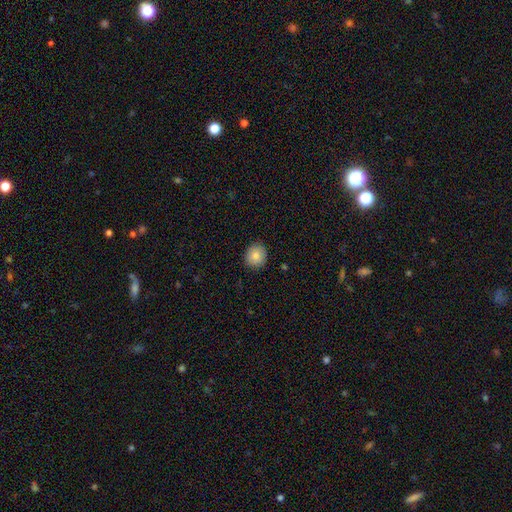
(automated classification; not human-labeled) Q: Smooth or featured?
A: smooth (83%); runner-up: star or artifact (9%)
Q: How rounded?
A: round (77%); runner-up: in between (22%)
Q: Merging?
A: none (89%); runner-up: minor disturbance (8%)